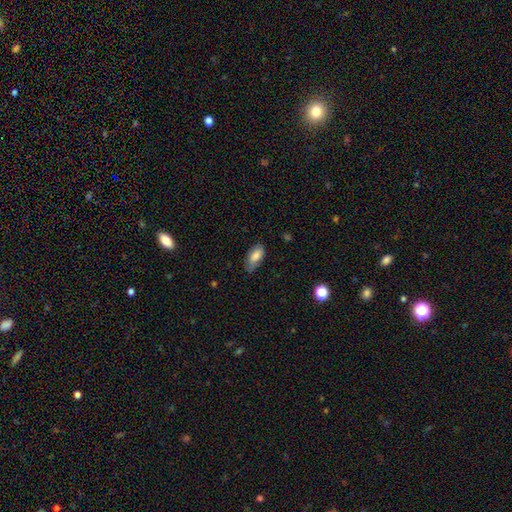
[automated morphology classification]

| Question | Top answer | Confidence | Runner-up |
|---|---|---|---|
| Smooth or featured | smooth | 79% | featured or disk (14%) |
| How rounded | in between | 90% | cigar-shaped (7%) |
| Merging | none | 62% | minor disturbance (30%) |